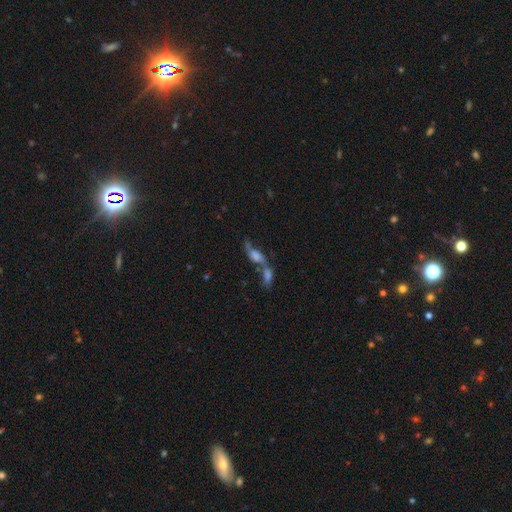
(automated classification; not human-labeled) The model was most divided on "smooth or featured": featured or disk: 51%, smooth: 34%, star or artifact: 15%. More confident: edge-on disk — no (76%); merging — merger (62%).